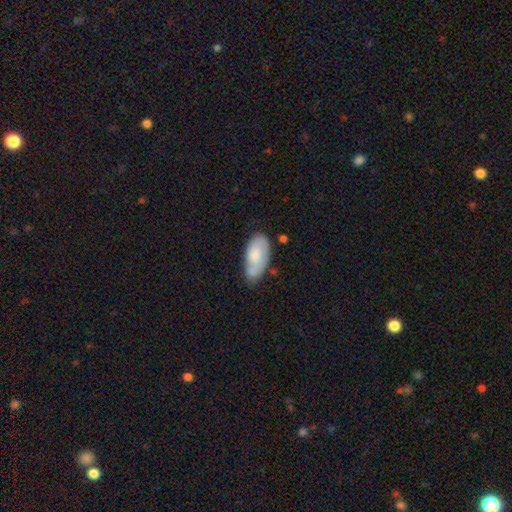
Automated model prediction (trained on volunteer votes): Morphology: type=smooth (73%); roundness=in between (91%); merging=none (50%).